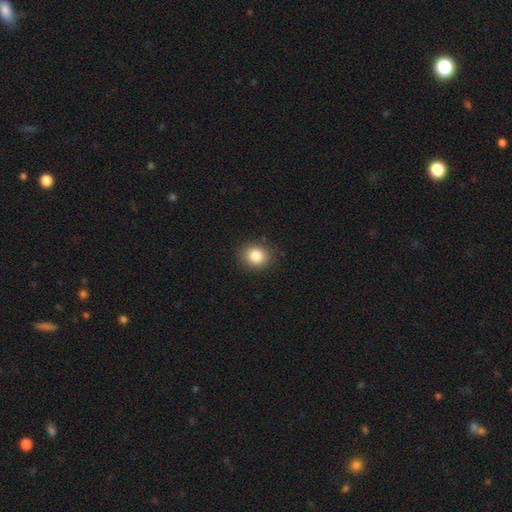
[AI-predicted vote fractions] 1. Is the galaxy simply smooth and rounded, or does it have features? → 85% smooth, 10% star or artifact, 5% featured or disk.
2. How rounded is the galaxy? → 69% round, 30% in between, 1% cigar-shaped.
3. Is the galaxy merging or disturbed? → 88% none, 8% minor disturbance, 2% major disturbance, 1% merger.